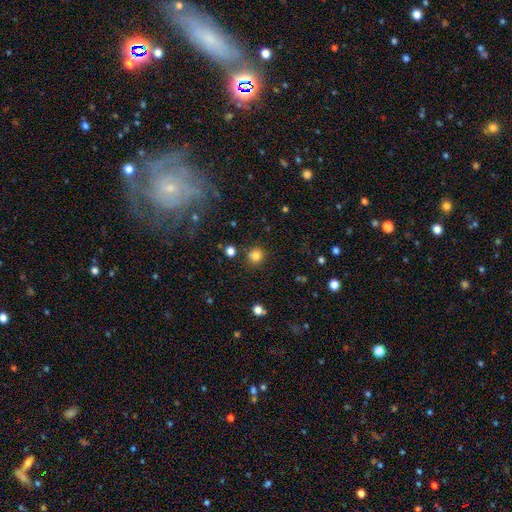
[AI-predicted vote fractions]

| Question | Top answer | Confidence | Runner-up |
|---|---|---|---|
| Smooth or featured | smooth | 82% | star or artifact (13%) |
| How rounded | round | 91% | in between (8%) |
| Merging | none | 85% | minor disturbance (8%) |